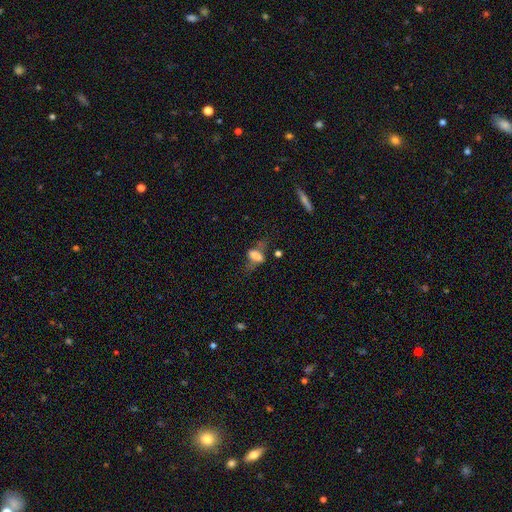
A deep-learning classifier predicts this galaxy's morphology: smooth 61%, featured or disk 27%, star or artifact 13%. Down the decision tree: how rounded — in between (74%); merging — none (42%).